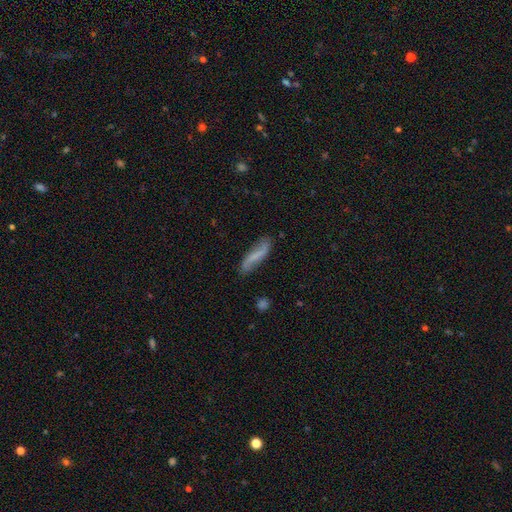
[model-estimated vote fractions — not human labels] Overall: featured or disk (53%; smooth 40%). Edge-on disk: no (80%). Merging: none (76%).